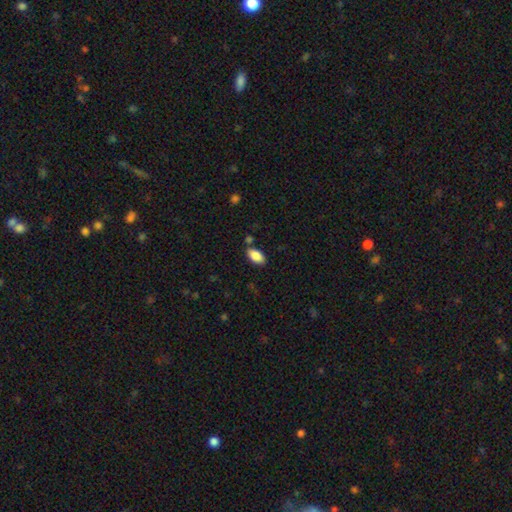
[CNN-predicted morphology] smooth_or_featured: smooth (p=0.87) [alt: star or artifact p=0.07]
how_rounded: in between (p=0.94) [alt: round p=0.03]
merging: none (p=0.78) [alt: minor disturbance p=0.13]